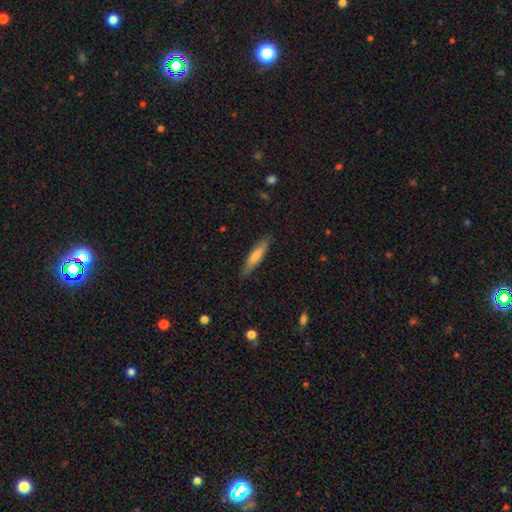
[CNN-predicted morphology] Smooth or featured?
  - smooth: 67% *
  - featured or disk: 27%
  - star or artifact: 6%
How rounded?
  - cigar-shaped: 82% *
  - in between: 17%
  - round: 2%
Merging?
  - none: 85% *
  - minor disturbance: 12%
  - major disturbance: 2%
  - merger: 1%